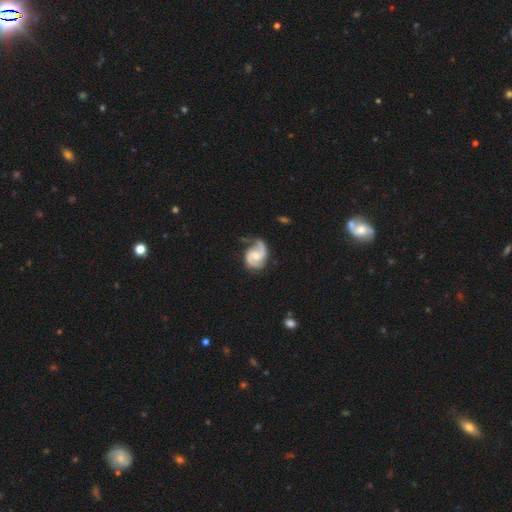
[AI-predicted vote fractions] The model was most divided on "bar": no: 46%, weak: 44%, strong: 10%. More confident: edge-on disk — no (98%); spiral arms — yes (98%); smooth or featured — featured or disk (89%); spiral arm count — 2 (88%); merging — none (64%); bulge size — moderate (54%); spiral winding — medium (52%).